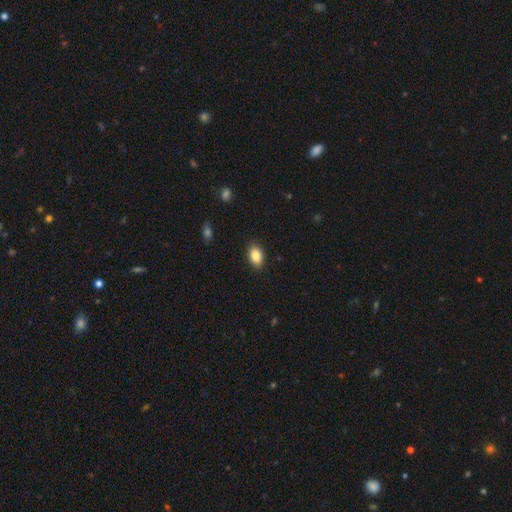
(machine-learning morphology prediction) Smooth or featured? smooth (86%)
How rounded? in between (86%)
Merging? none (89%)